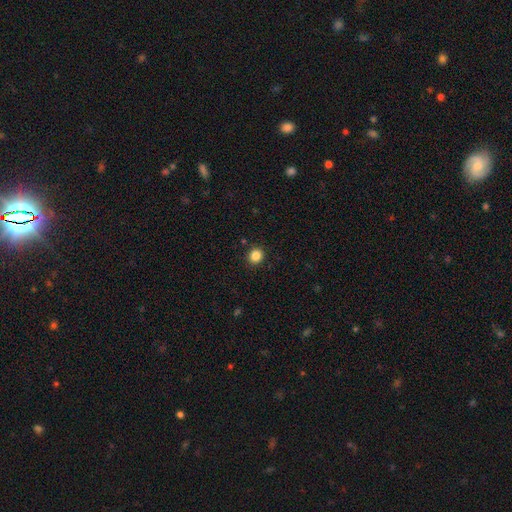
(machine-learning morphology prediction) Overall: smooth (85%). How rounded: round (85%). Merging: none (91%).